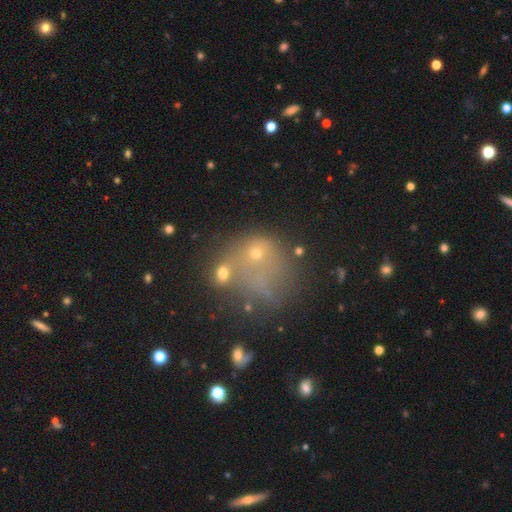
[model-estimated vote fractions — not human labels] smooth_or_featured: smooth (p=0.45) [alt: star or artifact p=0.33]
merging: none (p=0.35) [alt: merger p=0.27]